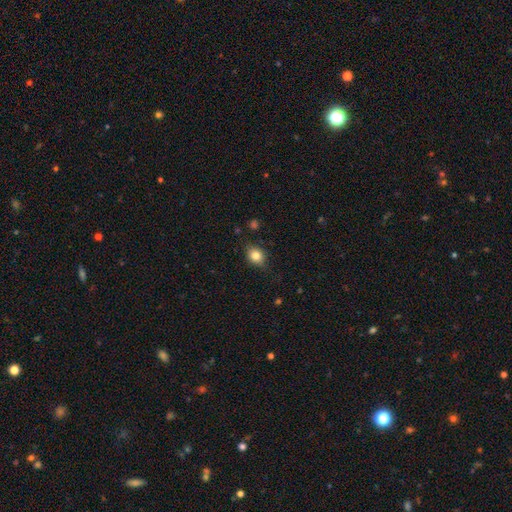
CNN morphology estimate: Smooth or featured? smooth (82%)
How rounded? round (55%)
Merging? none (80%)